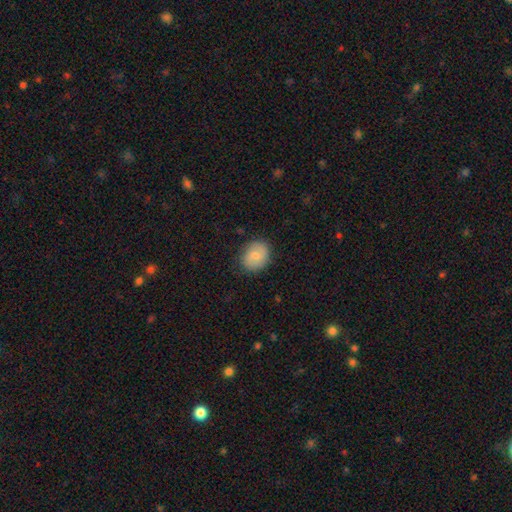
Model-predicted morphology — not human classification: This is likely a smooth galaxy (76%). How rounded: possibly round (56%). Merging: clearly none (84%).